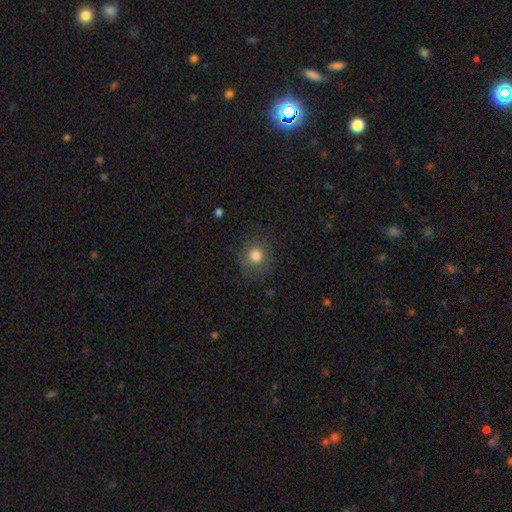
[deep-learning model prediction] A smooth galaxy with no disk features (79%) that is round (87%). Merging: none (80%).